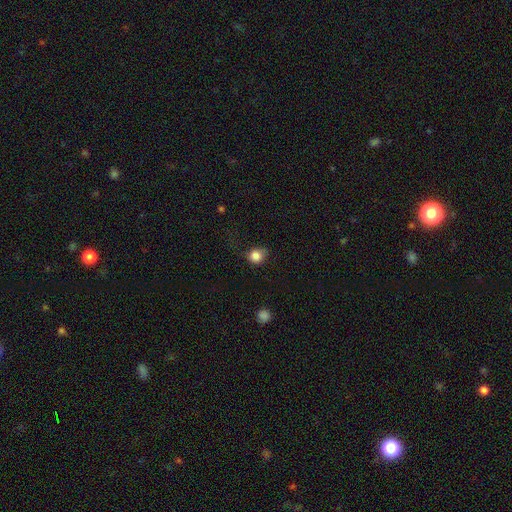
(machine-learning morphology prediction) Smooth or featured: smooth — 83% (star or artifact — 11%)
How rounded: round — 82% (in between — 17%)
Merging: none — 59% (minor disturbance — 26%)